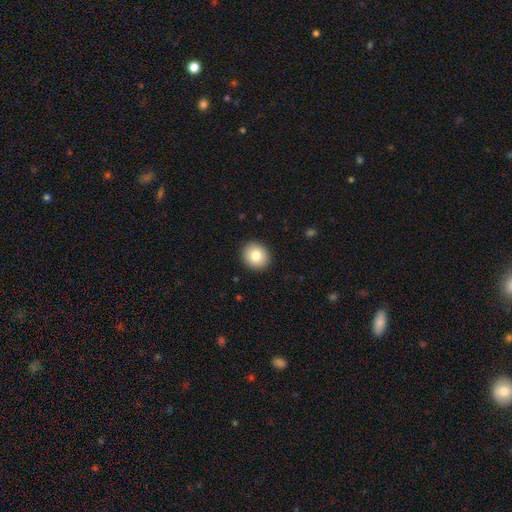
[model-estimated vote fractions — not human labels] The model was most divided on "smooth or featured": smooth: 81%, featured or disk: 10%, star or artifact: 9%. More confident: merging — none (92%); how rounded — round (87%).